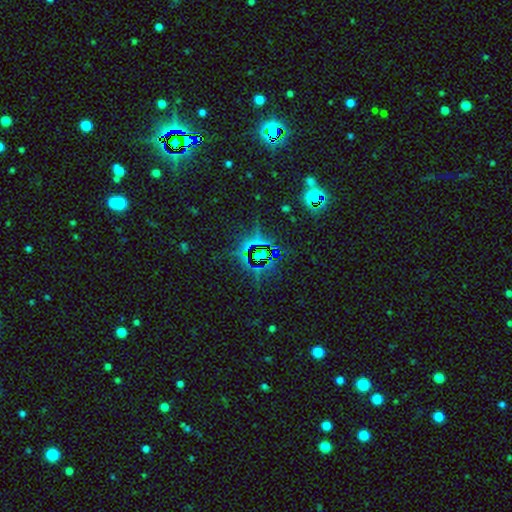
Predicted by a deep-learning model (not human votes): This appears to be a star or artifact, not a galaxy (78%).